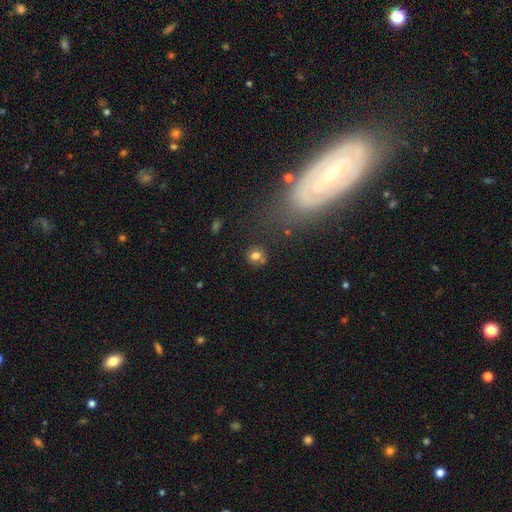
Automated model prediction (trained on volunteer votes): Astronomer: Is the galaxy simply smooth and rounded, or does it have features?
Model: smooth — 75%.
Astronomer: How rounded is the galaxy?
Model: round — 77%.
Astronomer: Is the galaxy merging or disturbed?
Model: none — 65%.